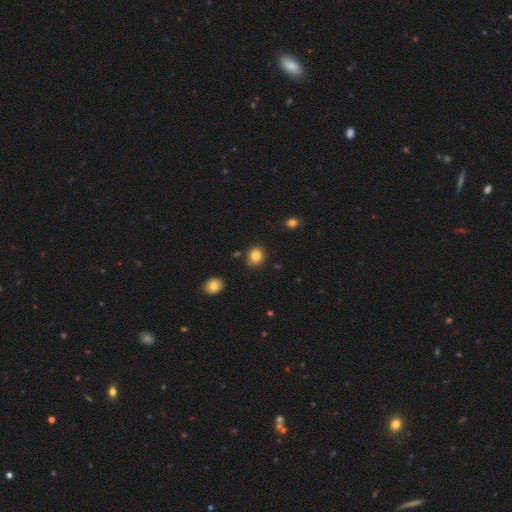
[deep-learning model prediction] Q: Smooth or featured?
A: smooth (84%); runner-up: star or artifact (10%)
Q: How rounded?
A: round (74%); runner-up: in between (25%)
Q: Merging?
A: none (85%); runner-up: minor disturbance (10%)